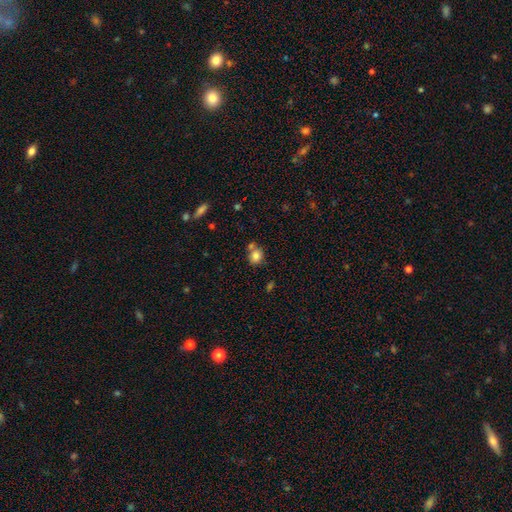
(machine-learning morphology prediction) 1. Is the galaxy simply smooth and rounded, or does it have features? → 82% smooth, 10% star or artifact, 8% featured or disk.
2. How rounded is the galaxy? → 73% round, 26% in between, 1% cigar-shaped.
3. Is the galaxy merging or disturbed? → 57% none, 26% merger, 13% minor disturbance, 4% major disturbance.